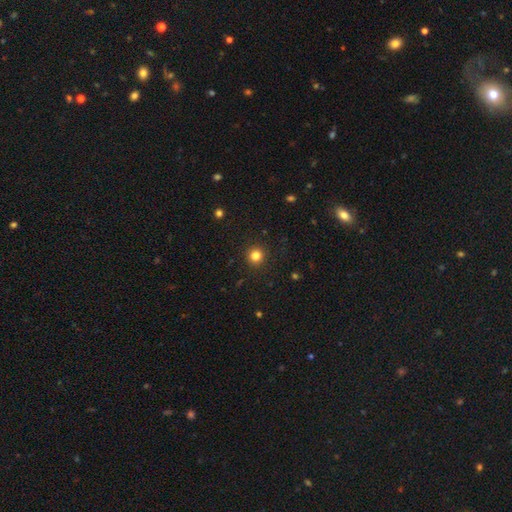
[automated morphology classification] Smooth or featured: smooth — 82% (star or artifact — 13%)
How rounded: round — 93% (in between — 6%)
Merging: none — 92% (minor disturbance — 5%)